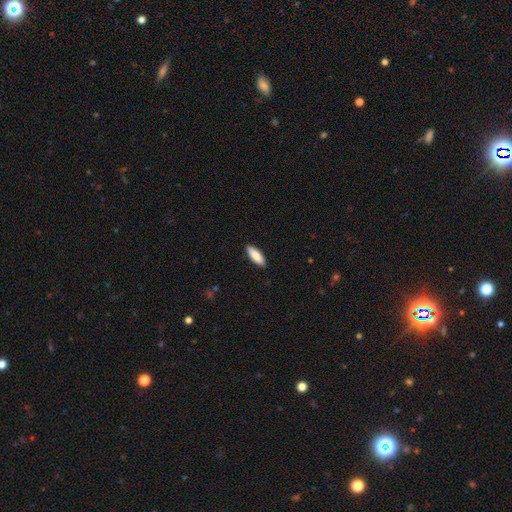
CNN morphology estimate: Smooth or featured: smooth — 87% (featured or disk — 8%)
How rounded: in between — 64% (cigar-shaped — 34%)
Merging: none — 89% (minor disturbance — 8%)